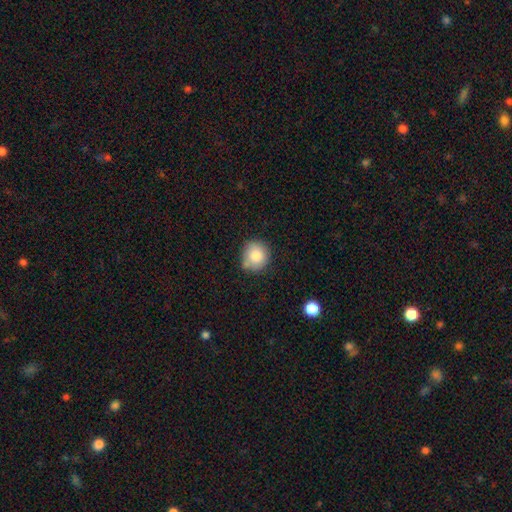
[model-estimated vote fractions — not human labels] The model was most divided on "merging": none: 68%, minor disturbance: 20%, merger: 8%, major disturbance: 4%. More confident: how rounded — round (87%); smooth or featured — smooth (84%).